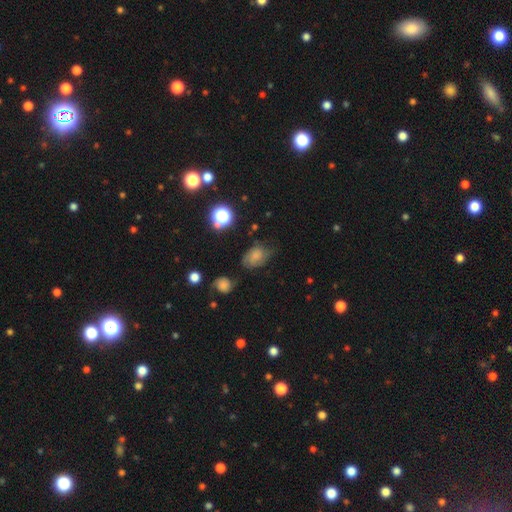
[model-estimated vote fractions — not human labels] Overall: smooth (47%; featured or disk 38%). Merging: none (53%; minor disturbance 29%).